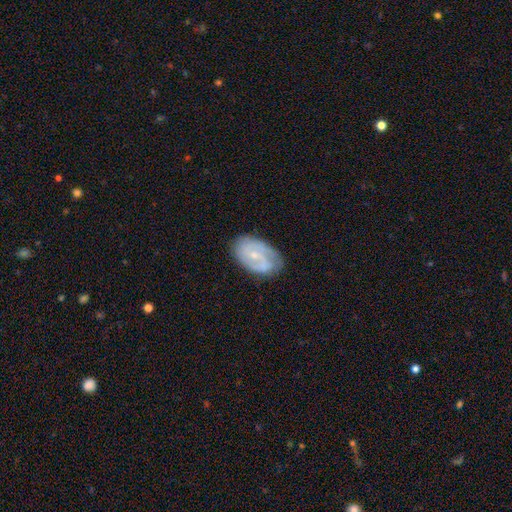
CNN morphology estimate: Smooth or featured: featured or disk — 72% (smooth — 22%)
Edge-on disk: no — 96% (yes — 4%)
Bar: no — 48% (weak — 43%)
Spiral arms: yes — 87% (no — 13%)
Spiral winding: tight — 45% (medium — 40%)
Spiral arm count: 2 — 62% (can't tell — 21%)
Bulge size: small — 66% (moderate — 26%)
Merging: none — 72% (minor disturbance — 21%)